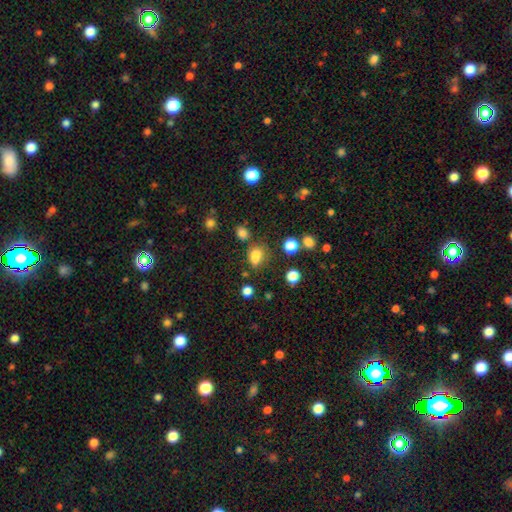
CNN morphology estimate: This is likely a smooth galaxy (76%). How rounded: likely in between (66%). Merging: possibly none (54%).